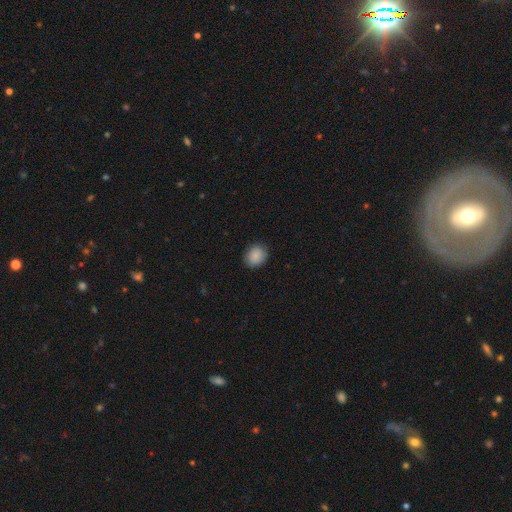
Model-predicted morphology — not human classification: A smooth galaxy with no disk features (87%) that is round (67%). Merging: none (86%).